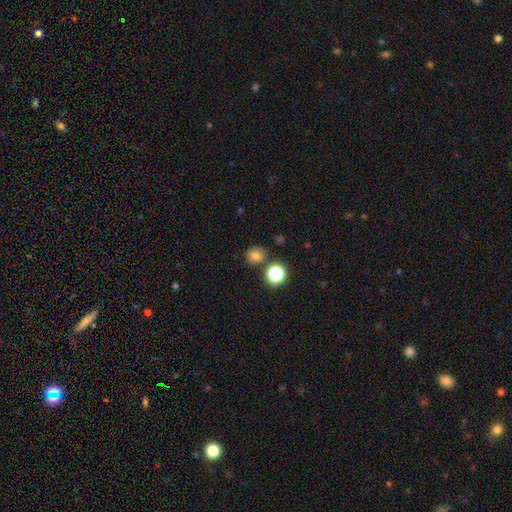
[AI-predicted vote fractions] This is likely a smooth galaxy (73%). How rounded: clearly round (82%). Merging: clearly none (80%).